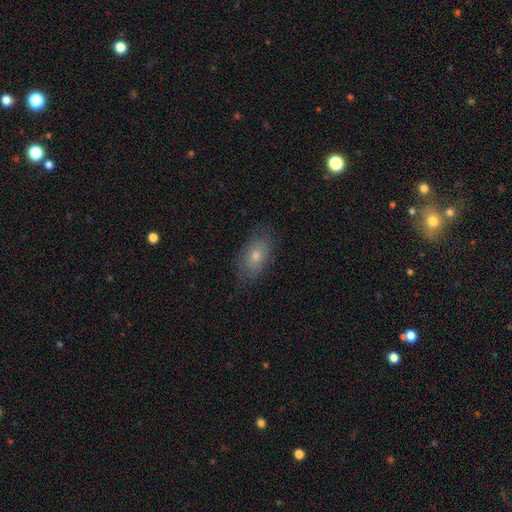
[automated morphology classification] Smooth or featured: smooth — 65% (featured or disk — 24%)
How rounded: in between — 87% (round — 9%)
Merging: none — 80% (minor disturbance — 15%)